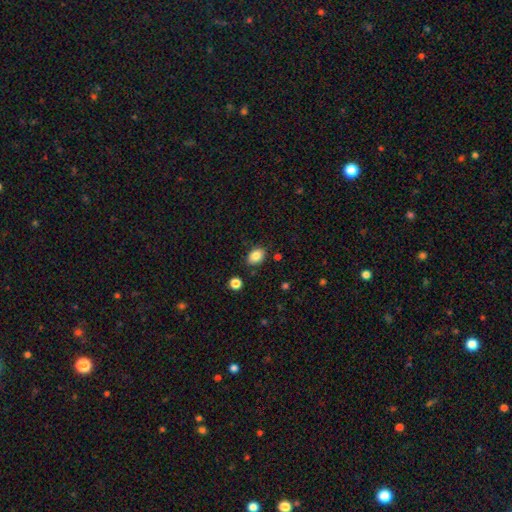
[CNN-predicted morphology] type=smooth (84%); roundness=in between (76%); merging=none (82%).